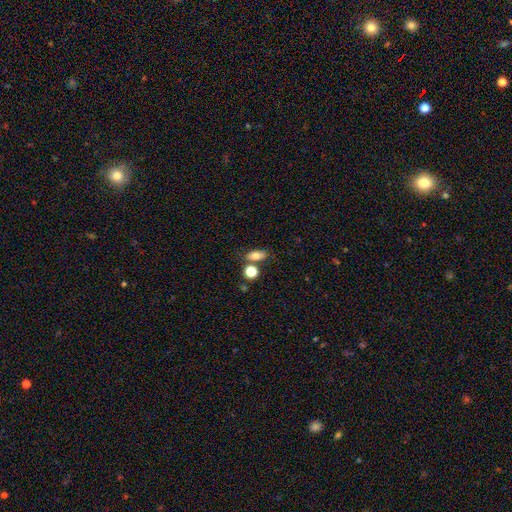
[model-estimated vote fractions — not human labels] A smooth galaxy with no disk features (76%) that is in between round and cigar-shaped (76%). Merging: none (67%).